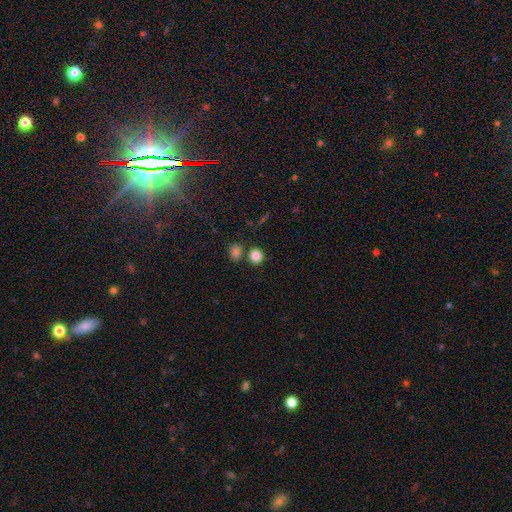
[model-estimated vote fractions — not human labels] A smooth galaxy with no disk features (84%) that is round (82%). Merging: none (73%).